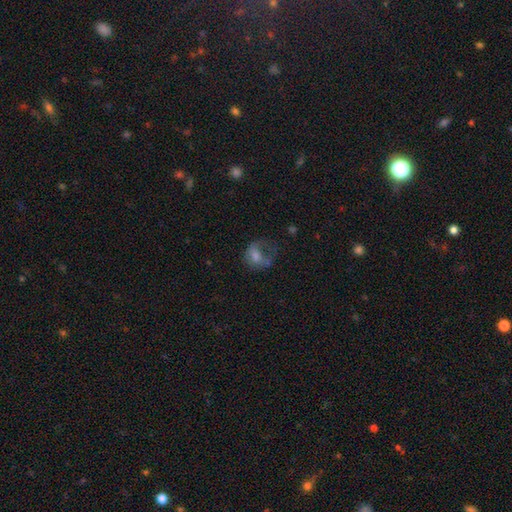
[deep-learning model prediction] smooth_or_featured: smooth (p=0.48) [alt: featured or disk p=0.35]
merging: major disturbance (p=0.45) [alt: none p=0.31]